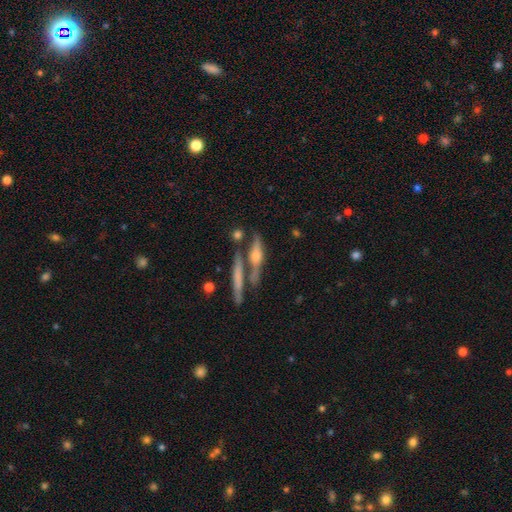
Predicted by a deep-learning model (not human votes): smooth_or_featured: featured or disk (p=0.56) [alt: smooth p=0.34]
disk_edge_on: yes (p=0.88) [alt: no p=0.12]
merging: none (p=0.59) [alt: merger p=0.24]